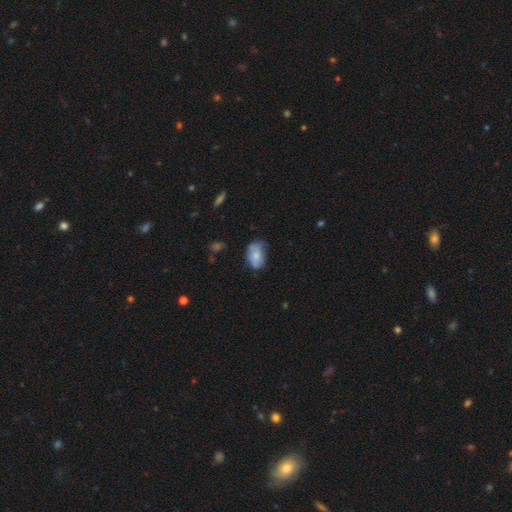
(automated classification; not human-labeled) Smooth or featured?
  - smooth: 68% *
  - featured or disk: 24%
  - star or artifact: 8%
How rounded?
  - in between: 86% *
  - round: 13%
  - cigar-shaped: 2%
Merging?
  - none: 43% *
  - minor disturbance: 39%
  - major disturbance: 14%
  - merger: 4%